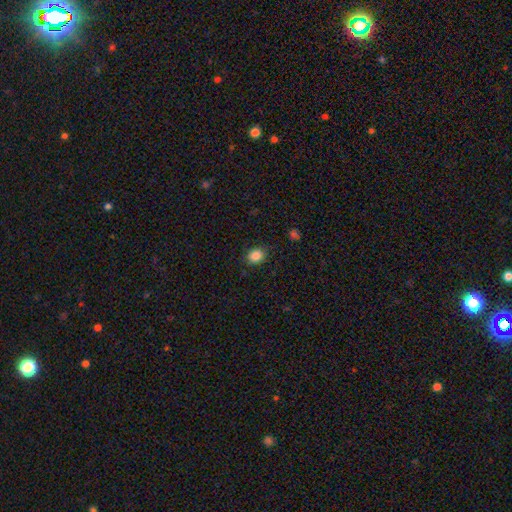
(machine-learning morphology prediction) type=smooth (85%); roundness=round (59%); merging=none (85%).